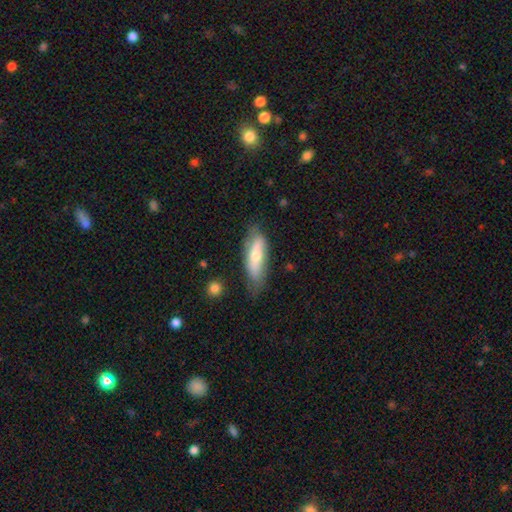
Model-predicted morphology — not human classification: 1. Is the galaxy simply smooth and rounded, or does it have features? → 56% smooth, 38% featured or disk, 6% star or artifact.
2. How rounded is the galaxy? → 55% in between, 43% cigar-shaped, 2% round.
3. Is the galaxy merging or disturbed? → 62% none, 27% minor disturbance, 8% major disturbance, 3% merger.